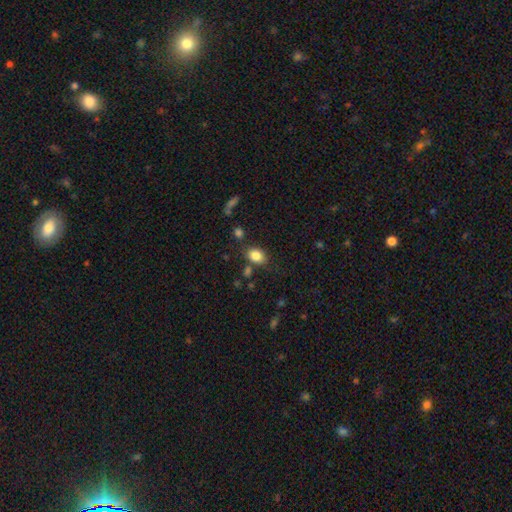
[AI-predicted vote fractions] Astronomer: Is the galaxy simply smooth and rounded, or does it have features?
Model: smooth — 84%.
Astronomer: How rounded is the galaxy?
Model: in between — 69%.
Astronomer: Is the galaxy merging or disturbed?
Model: none — 74%.